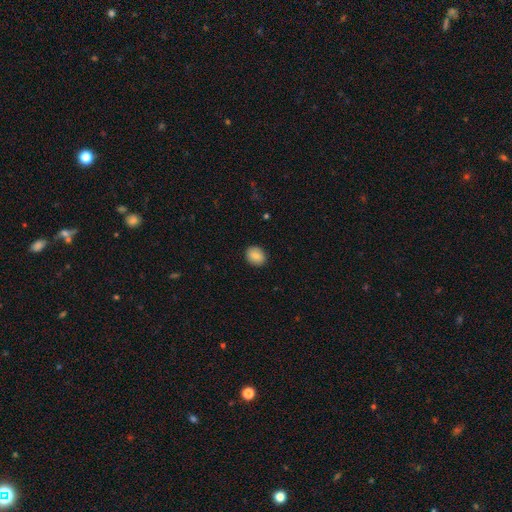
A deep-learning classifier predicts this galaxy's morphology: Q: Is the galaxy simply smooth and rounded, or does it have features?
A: smooth — 84%.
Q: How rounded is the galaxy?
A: round — 61%.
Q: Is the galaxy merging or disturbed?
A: none — 89%.